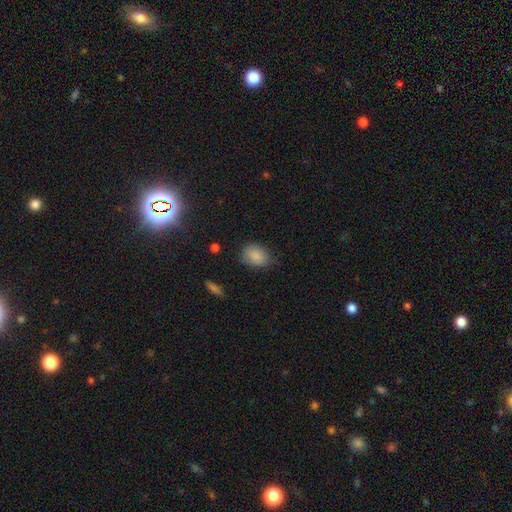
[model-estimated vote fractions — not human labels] Smooth or featured: smooth — 87% (star or artifact — 8%)
How rounded: in between — 70% (round — 29%)
Merging: none — 74% (minor disturbance — 21%)